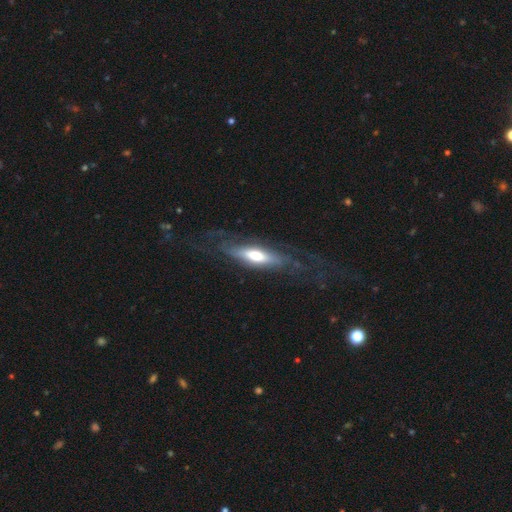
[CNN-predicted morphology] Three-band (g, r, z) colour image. It shows a featured or disk galaxy (60%). Merging: none (60%).